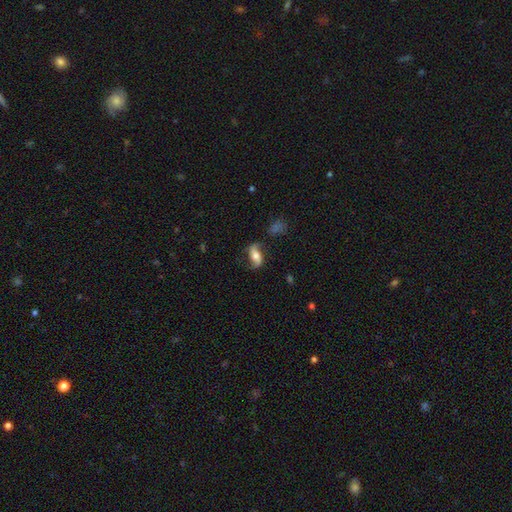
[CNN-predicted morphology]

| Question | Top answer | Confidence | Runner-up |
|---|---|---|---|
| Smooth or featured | featured or disk | 66% | smooth (27%) |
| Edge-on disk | no | 89% | yes (11%) |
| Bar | no | 41% | strong (30%) |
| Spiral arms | yes | 88% | no (12%) |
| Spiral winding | loose | 74% | medium (19%) |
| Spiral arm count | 2 | 90% | can't tell (4%) |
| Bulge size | moderate | 60% | small (20%) |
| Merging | none | 70% | minor disturbance (18%) |